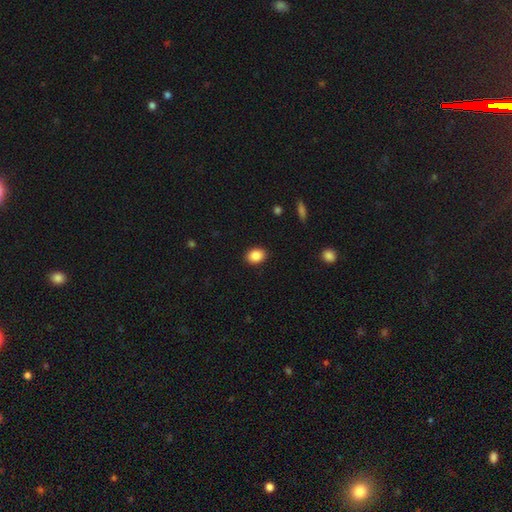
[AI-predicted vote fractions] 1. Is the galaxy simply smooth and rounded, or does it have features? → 87% smooth, 8% star or artifact, 4% featured or disk.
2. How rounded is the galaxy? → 61% in between, 38% round, 1% cigar-shaped.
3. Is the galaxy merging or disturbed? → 90% none, 7% minor disturbance, 2% major disturbance, 1% merger.